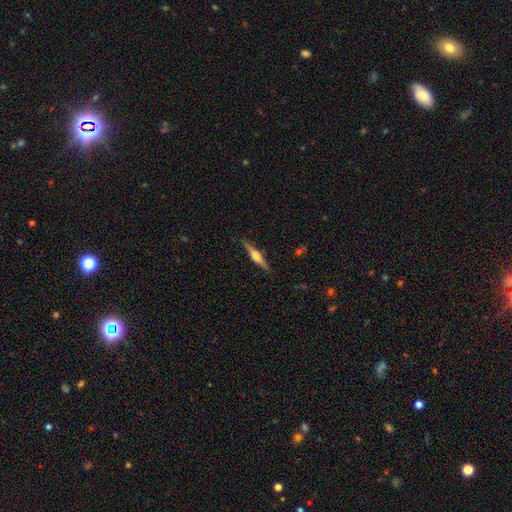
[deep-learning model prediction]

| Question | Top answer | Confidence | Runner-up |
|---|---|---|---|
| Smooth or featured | featured or disk | 64% | smooth (30%) |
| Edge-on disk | yes | 97% | no (3%) |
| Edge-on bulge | rounded | 85% | boxy (10%) |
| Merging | none | 87% | minor disturbance (9%) |